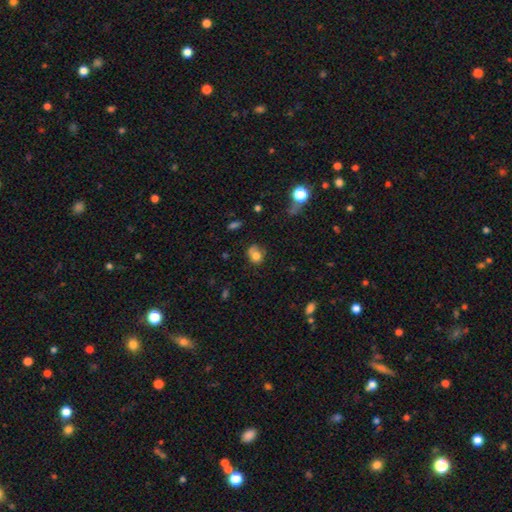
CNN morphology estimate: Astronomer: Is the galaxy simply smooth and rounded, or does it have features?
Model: smooth — 76%.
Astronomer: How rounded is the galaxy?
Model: round — 63%.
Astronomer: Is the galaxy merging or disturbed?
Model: none — 46% (runner-up: minor disturbance, 28%).